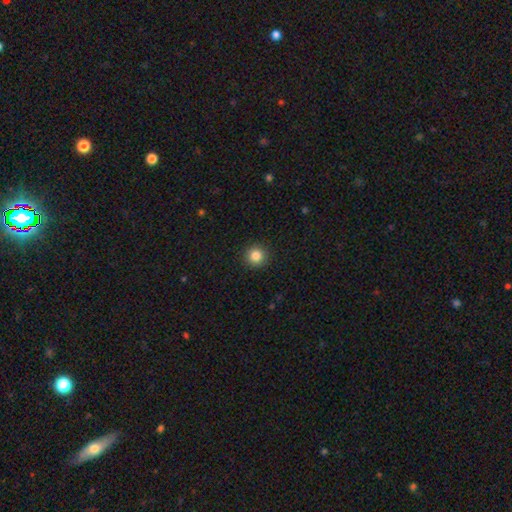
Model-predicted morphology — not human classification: Smooth or featured?
  - smooth: 85% *
  - star or artifact: 11%
  - featured or disk: 4%
How rounded?
  - round: 95% *
  - in between: 4%
  - cigar-shaped: 1%
Merging?
  - none: 92% *
  - minor disturbance: 5%
  - major disturbance: 2%
  - merger: 1%